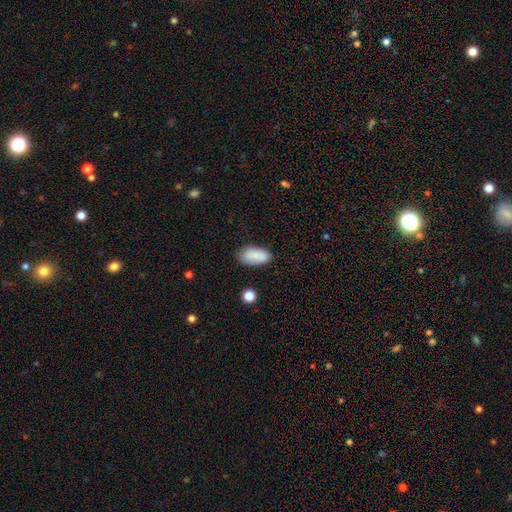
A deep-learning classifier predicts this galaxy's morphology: Smooth or featured? Predicted: smooth (p=0.85). How rounded? Predicted: in between (p=0.93). Merging? Predicted: none (p=0.75).